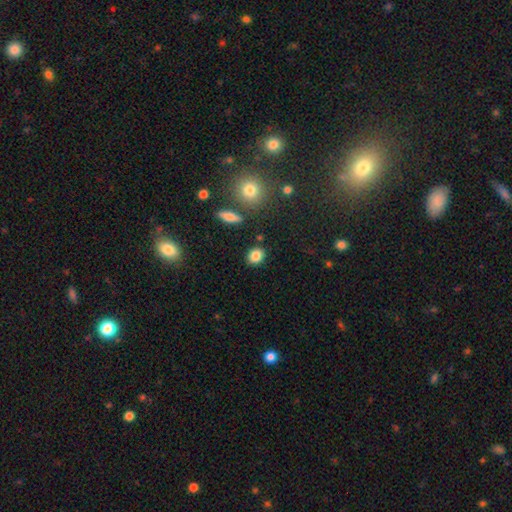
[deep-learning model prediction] A smooth galaxy with no disk features (85%) that is round (60%).

Vote fractions:
- Smooth or featured? smooth: 85% / star or artifact: 10% / featured or disk: 5%
- How rounded? round: 60% / in between: 39% / cigar-shaped: 2%
- Merging? none: 85% / minor disturbance: 9% / merger: 3% / major disturbance: 3%